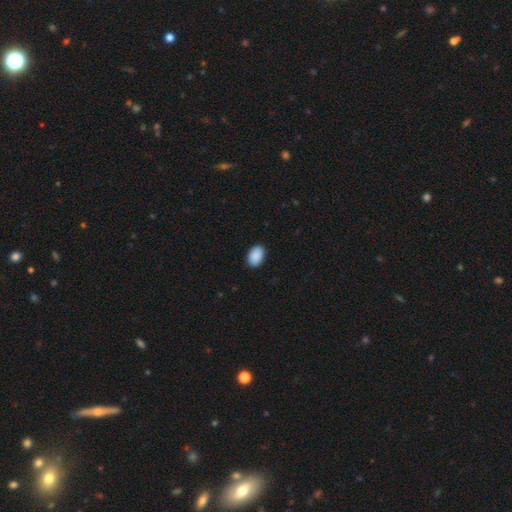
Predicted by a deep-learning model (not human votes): Smooth or featured?
  - smooth: 91% *
  - star or artifact: 7%
  - featured or disk: 2%
How rounded?
  - in between: 85% *
  - round: 14%
  - cigar-shaped: 1%
Merging?
  - none: 89% *
  - minor disturbance: 8%
  - major disturbance: 2%
  - merger: 1%